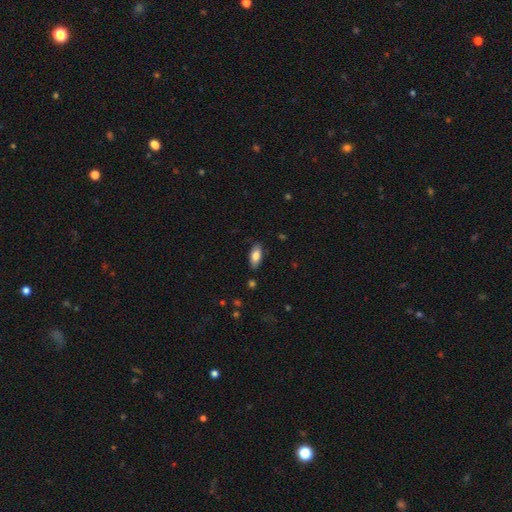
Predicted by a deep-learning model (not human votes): Smooth or featured: smooth — 79% (featured or disk — 15%)
How rounded: in between — 88% (cigar-shaped — 9%)
Merging: none — 85% (minor disturbance — 12%)